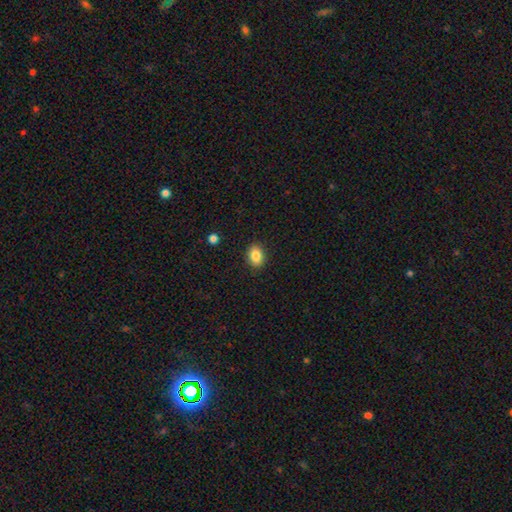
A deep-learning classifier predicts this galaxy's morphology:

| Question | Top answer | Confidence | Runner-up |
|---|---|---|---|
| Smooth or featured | smooth | 85% | star or artifact (9%) |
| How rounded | in between | 74% | round (25%) |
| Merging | none | 89% | minor disturbance (8%) |